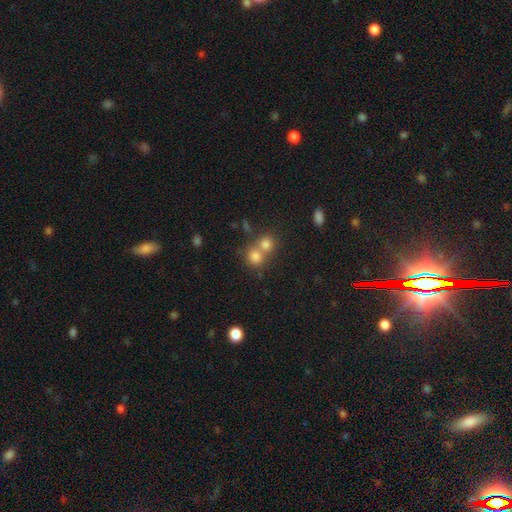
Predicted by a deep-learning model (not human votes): smooth-or-featured: smooth: 76% | star or artifact: 14% | featured or disk: 10%
  how-rounded: round: 83% | in between: 16% | cigar-shaped: 1%
  merging: merger: 50% | none: 42% | minor disturbance: 6% | major disturbance: 3%